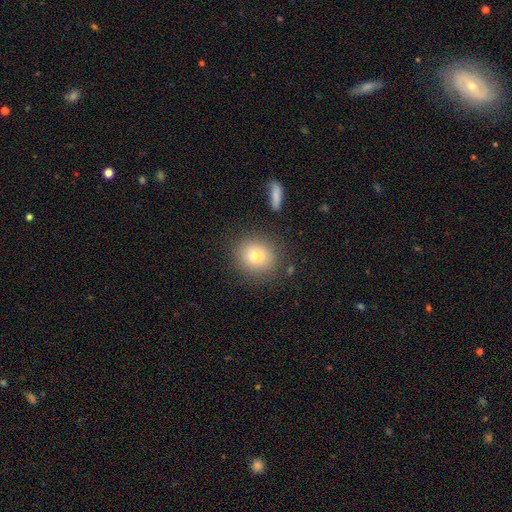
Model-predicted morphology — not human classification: This appears to be a smooth galaxy with no disk features (78%) that is round (84%). Merging: none (84%).